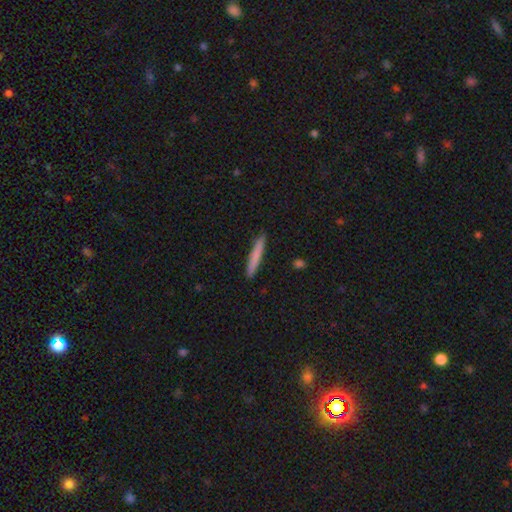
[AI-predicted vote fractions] Smooth or featured? Predicted: smooth (p=0.78). How rounded? Predicted: cigar-shaped (p=0.96). Merging? Predicted: none (p=0.91).